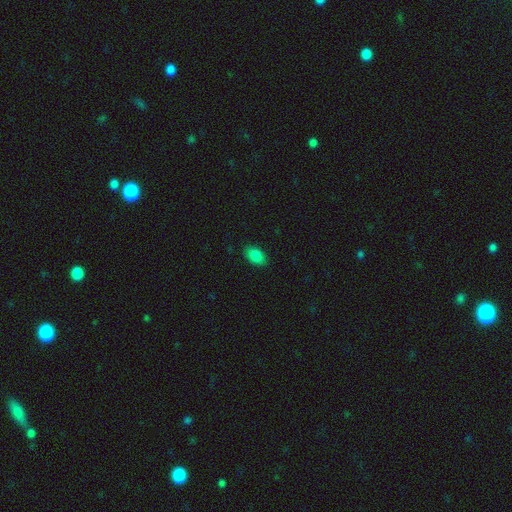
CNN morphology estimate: This is clearly a smooth galaxy (85%). How rounded: clearly in between (91%). Merging: clearly none (87%).